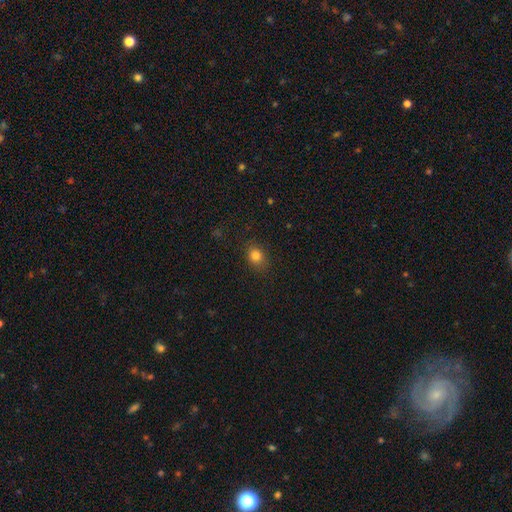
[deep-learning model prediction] Smooth or featured? Predicted: smooth (p=0.82). How rounded? Predicted: round (p=0.51). Merging? Predicted: none (p=0.83).